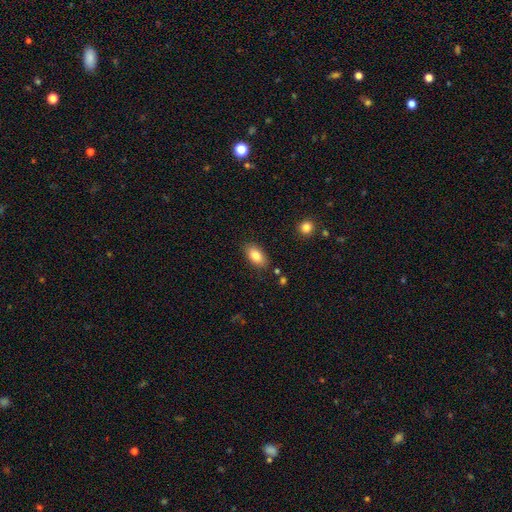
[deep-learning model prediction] smooth_or_featured: smooth (p=0.83) [alt: featured or disk p=0.10]
how_rounded: in between (p=0.91) [alt: round p=0.05]
merging: none (p=0.84) [alt: minor disturbance p=0.11]